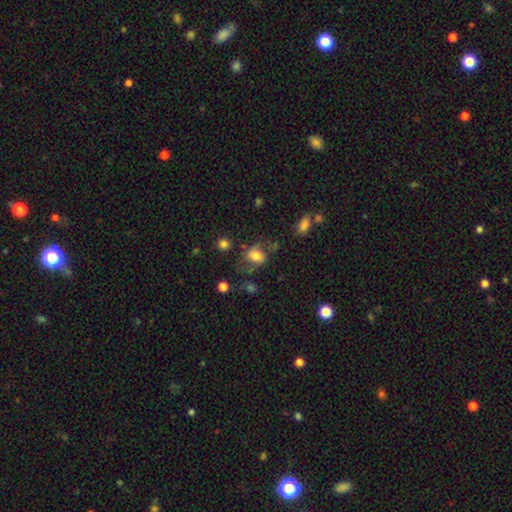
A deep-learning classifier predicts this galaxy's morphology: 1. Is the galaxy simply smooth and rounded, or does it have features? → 60% smooth, 29% featured or disk, 11% star or artifact.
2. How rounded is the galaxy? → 60% in between, 39% round, 1% cigar-shaped.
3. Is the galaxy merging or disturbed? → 49% none, 25% minor disturbance, 20% major disturbance, 6% merger.